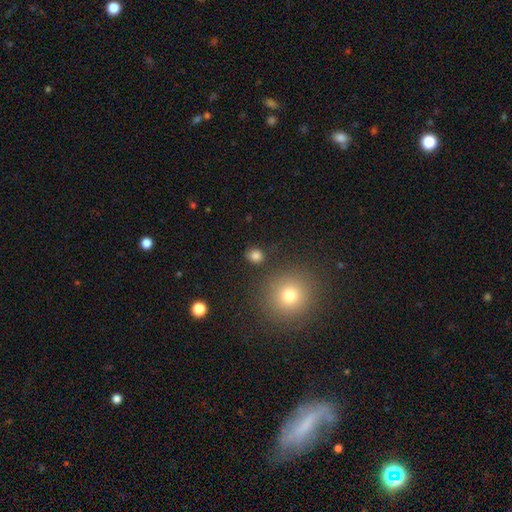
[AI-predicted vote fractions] The model was most divided on "how rounded": round: 75%, in between: 24%, cigar-shaped: 1%. More confident: merging — none (84%); smooth or featured — smooth (81%).